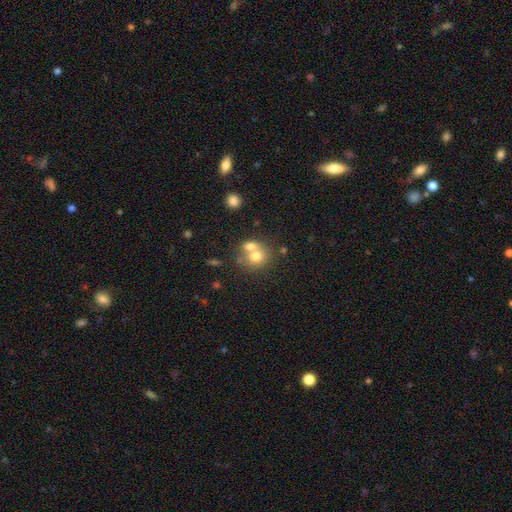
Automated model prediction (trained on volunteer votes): Overall: smooth (70%). How rounded: round (69%; in between 30%). Merging: merger (55%; none 33%).